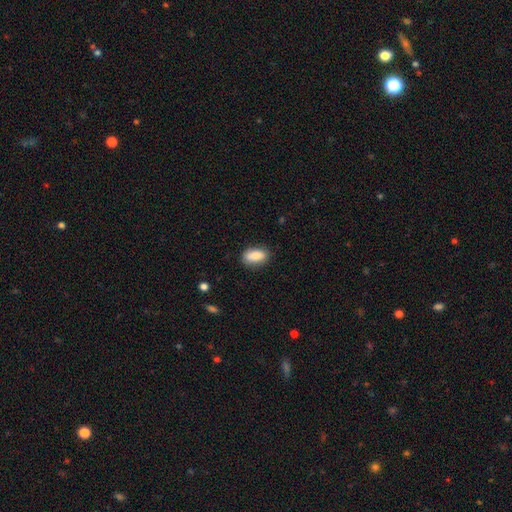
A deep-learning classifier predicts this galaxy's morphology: A smooth galaxy with no disk features (84%) that is in between round and cigar-shaped (89%).

Vote fractions:
- Smooth or featured? smooth: 84% / featured or disk: 9% / star or artifact: 7%
- How rounded? in between: 89% / round: 6% / cigar-shaped: 6%
- Merging? none: 83% / minor disturbance: 13% / major disturbance: 3% / merger: 1%